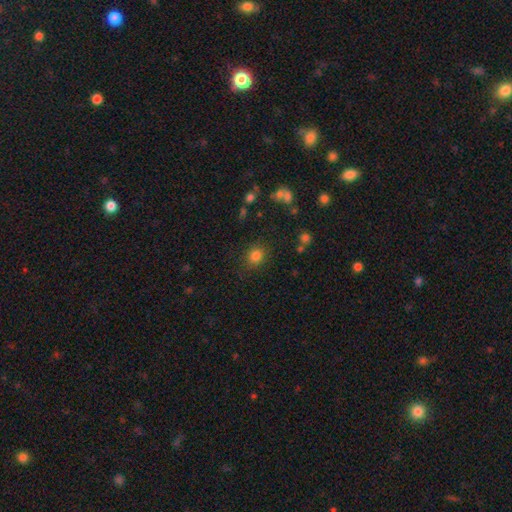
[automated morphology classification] type=smooth (82%); roundness=round (75%); merging=none (85%).